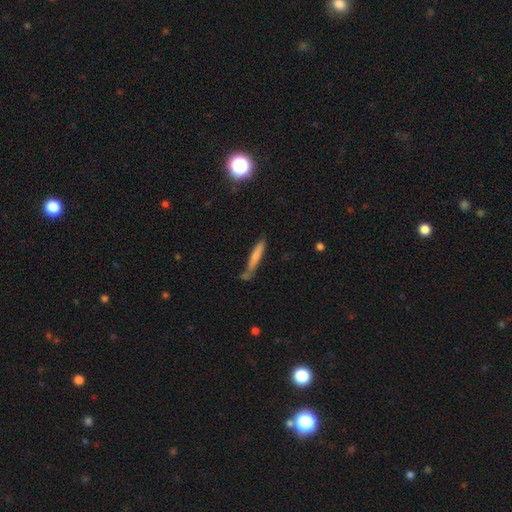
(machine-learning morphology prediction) smooth_or_featured: smooth (p=0.72) [alt: featured or disk p=0.21]
how_rounded: cigar-shaped (p=0.92) [alt: in between p=0.06]
merging: none (p=0.64) [alt: minor disturbance p=0.21]